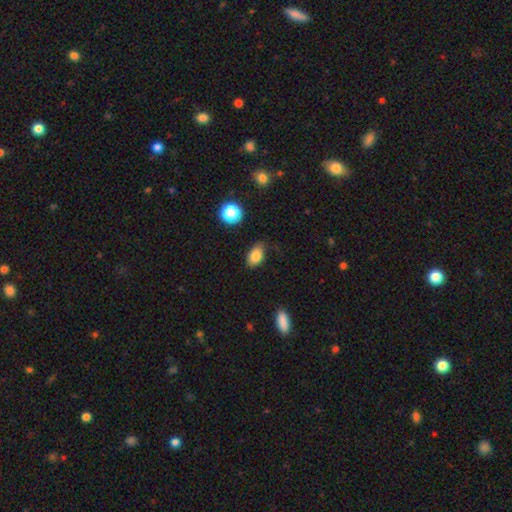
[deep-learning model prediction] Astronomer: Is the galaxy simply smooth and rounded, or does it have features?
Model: smooth — 84%.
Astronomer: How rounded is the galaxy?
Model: in between — 87%.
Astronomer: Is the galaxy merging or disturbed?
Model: none — 75%.